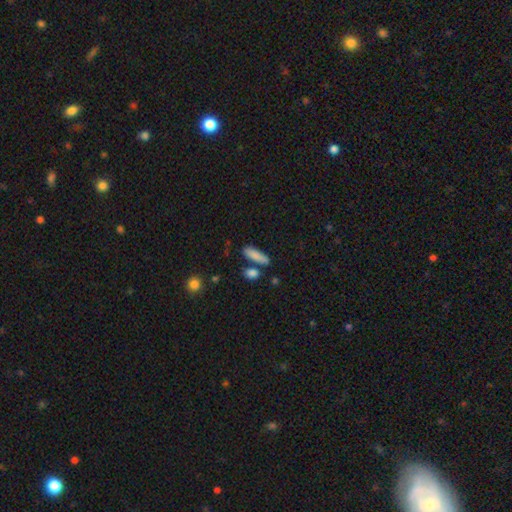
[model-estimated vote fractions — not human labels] smooth_or_featured: smooth (p=0.85) [alt: featured or disk p=0.08]
how_rounded: cigar-shaped (p=0.58) [alt: in between p=0.38]
merging: none (p=0.72) [alt: minor disturbance p=0.12]